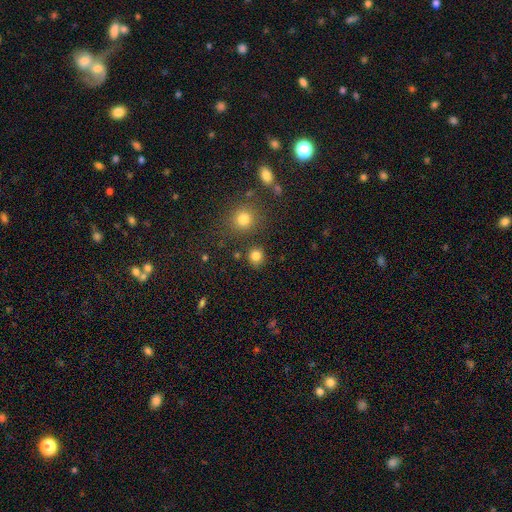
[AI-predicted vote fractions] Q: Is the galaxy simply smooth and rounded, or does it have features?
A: smooth — 81%.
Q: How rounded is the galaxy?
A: round — 88%.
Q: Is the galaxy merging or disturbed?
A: none — 83%.